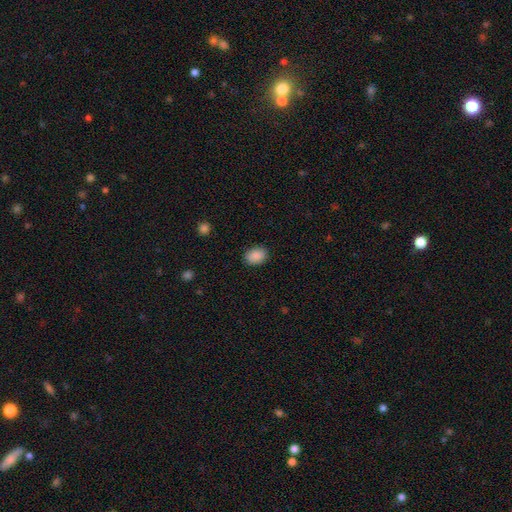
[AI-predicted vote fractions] The model was most divided on "how rounded": in between: 73%, round: 26%, cigar-shaped: 1%. More confident: smooth or featured — smooth (89%); merging — none (86%).